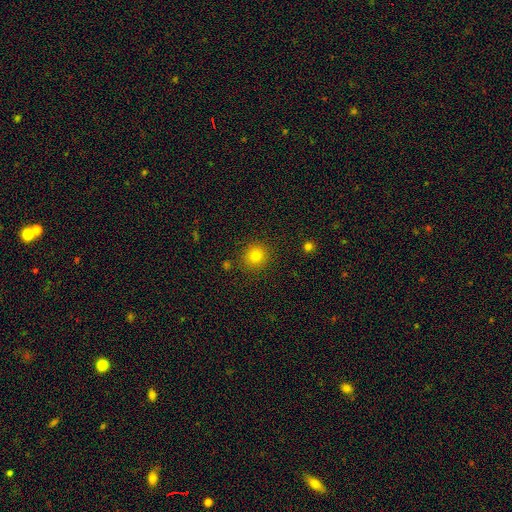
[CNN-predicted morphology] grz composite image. It shows a smooth galaxy with no disk features (80%) that is round (89%). Merging: none (88%).